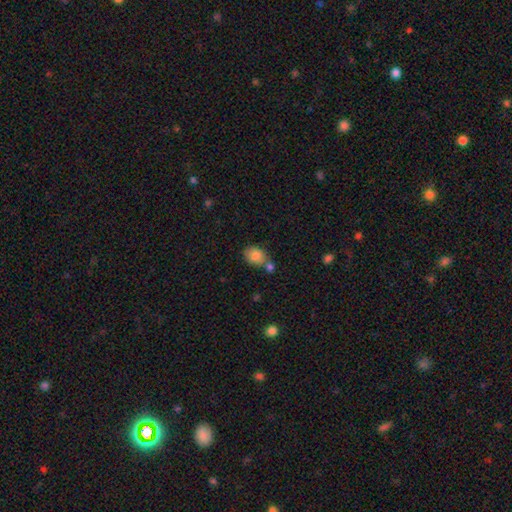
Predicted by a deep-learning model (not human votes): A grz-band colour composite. It shows a smooth galaxy with no disk features (83%) that is in between round and cigar-shaped (60%). Merging: none (56%).